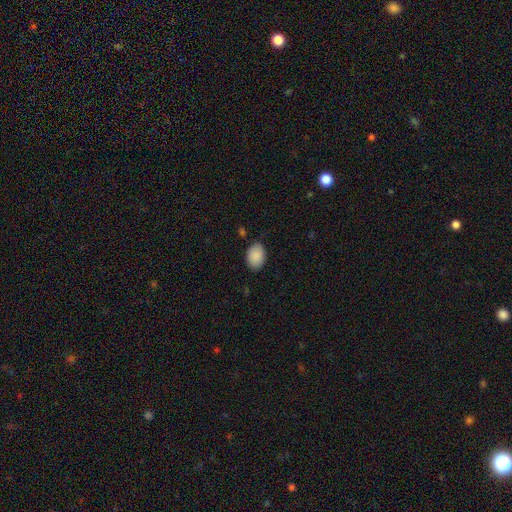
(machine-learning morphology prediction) Smooth or featured: smooth — 90% (star or artifact — 7%)
How rounded: in between — 81% (round — 18%)
Merging: none — 84% (minor disturbance — 12%)